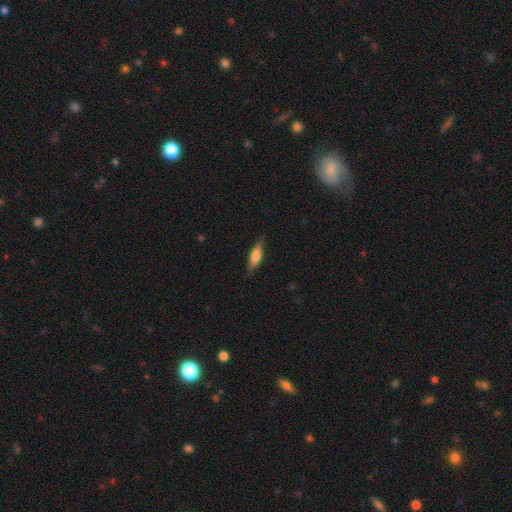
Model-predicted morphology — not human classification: smooth_or_featured: smooth (p=0.69) [alt: featured or disk p=0.25]
how_rounded: in between (p=0.53) [alt: cigar-shaped p=0.45]
merging: none (p=0.78) [alt: minor disturbance p=0.18]